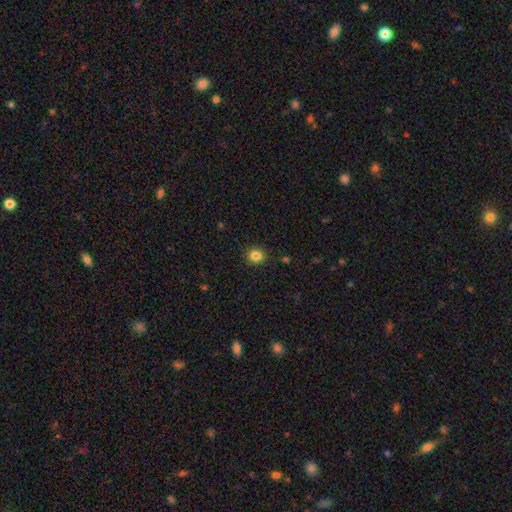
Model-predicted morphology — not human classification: Overall: smooth (84%). How rounded: round (83%). Merging: none (91%).